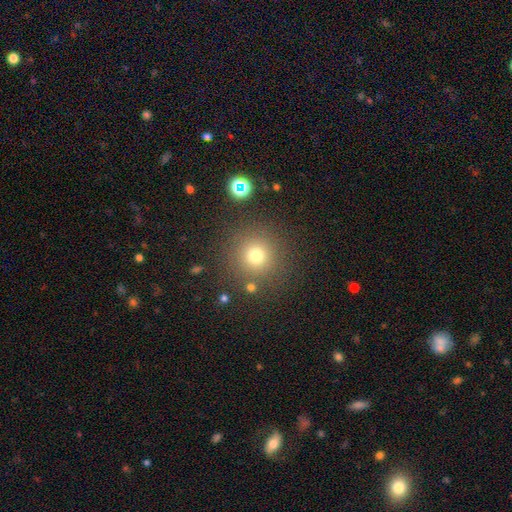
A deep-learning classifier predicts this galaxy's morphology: type=smooth (74%); roundness=round (94%); merging=none (85%).